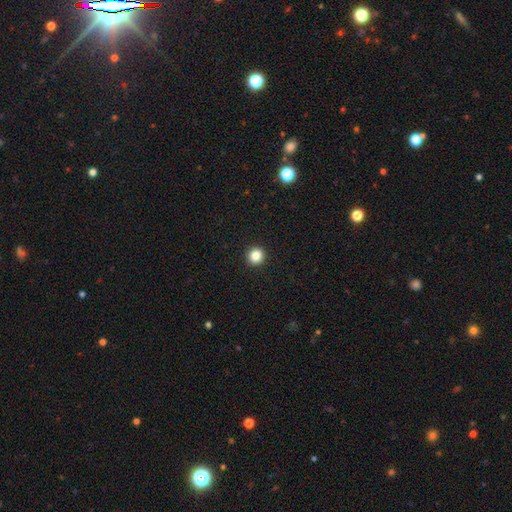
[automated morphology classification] Overall: smooth (84%). How rounded: round (93%). Merging: none (94%).